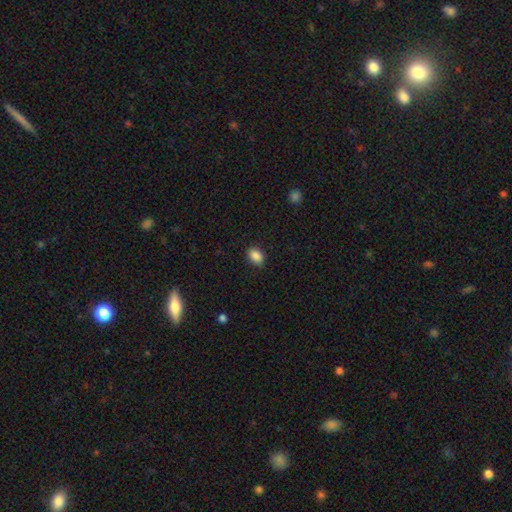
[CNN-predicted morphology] The model was most divided on "how rounded": in between: 74%, round: 25%, cigar-shaped: 1%. More confident: merging — none (88%); smooth or featured — smooth (88%).